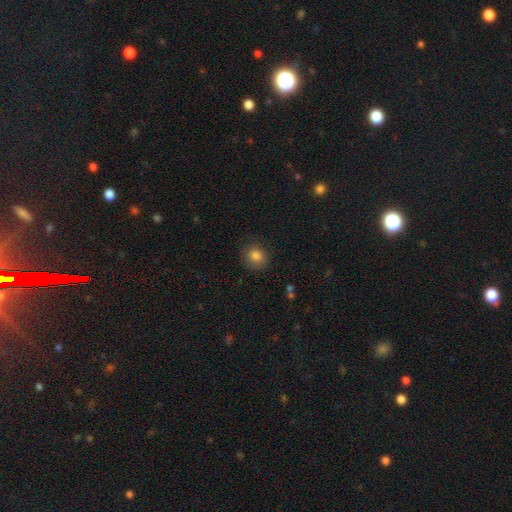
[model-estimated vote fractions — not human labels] Q: Smooth or featured?
A: smooth (82%); runner-up: star or artifact (10%)
Q: How rounded?
A: round (75%); runner-up: in between (24%)
Q: Merging?
A: none (80%); runner-up: minor disturbance (14%)